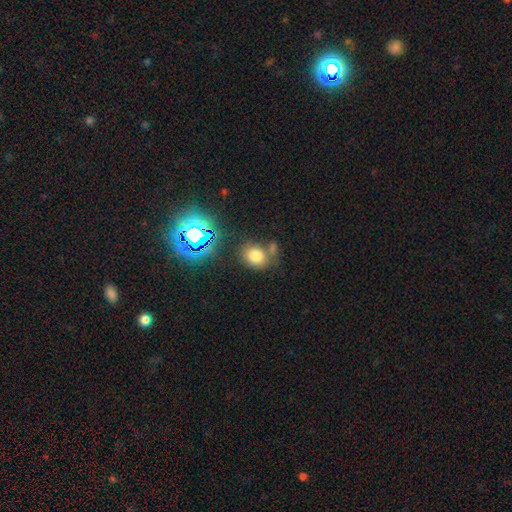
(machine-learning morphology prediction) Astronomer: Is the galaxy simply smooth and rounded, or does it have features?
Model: smooth — 72%.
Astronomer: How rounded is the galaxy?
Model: round — 55% (runner-up: in between, 44%).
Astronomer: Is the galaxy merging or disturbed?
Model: none — 64%.